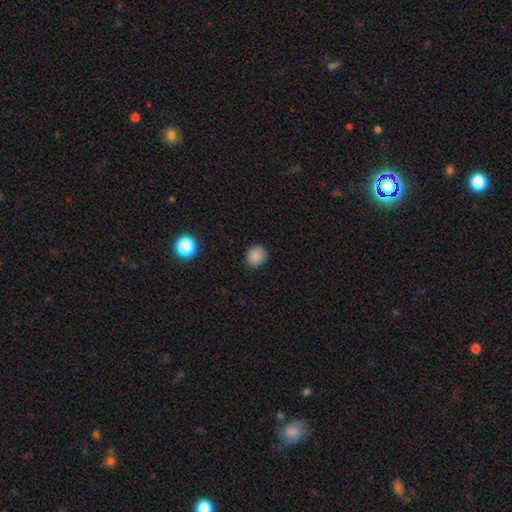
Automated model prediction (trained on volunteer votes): Smooth or featured? smooth (86%)
How rounded? round (89%)
Merging? none (89%)